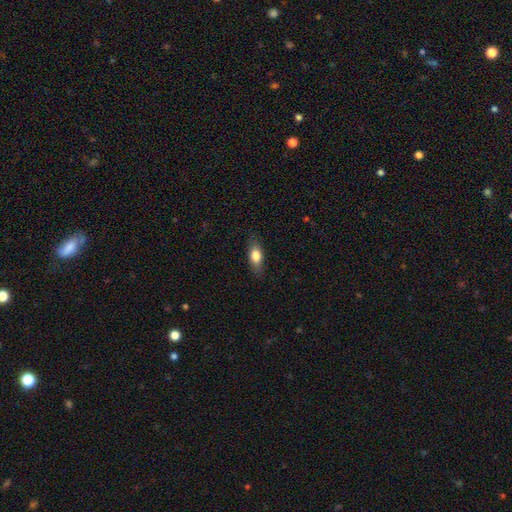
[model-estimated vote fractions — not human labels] Morphology: type=smooth (76%); roundness=in between (74%); merging=none (83%).